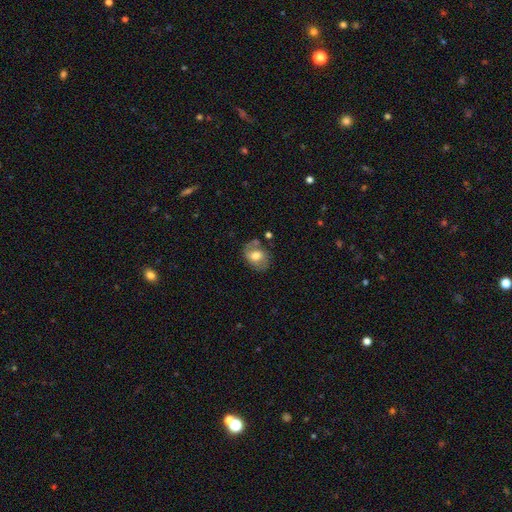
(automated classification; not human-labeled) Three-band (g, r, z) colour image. It shows a smooth galaxy with no disk features (53%) that is in between round and cigar-shaped (62%). Merging: none (60%).